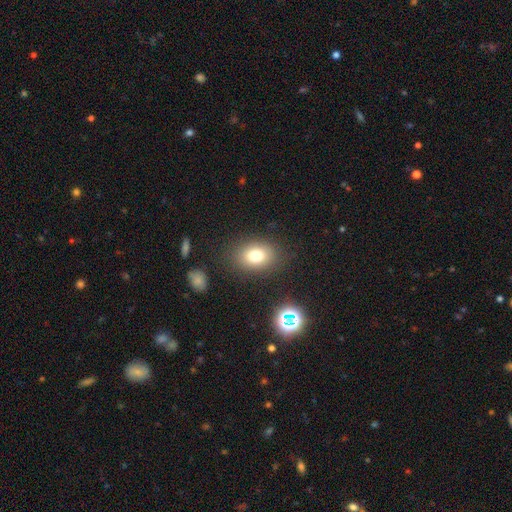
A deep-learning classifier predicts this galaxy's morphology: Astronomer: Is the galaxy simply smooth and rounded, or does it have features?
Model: smooth — 76%.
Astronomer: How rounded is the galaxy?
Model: in between — 69%.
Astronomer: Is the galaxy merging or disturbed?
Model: none — 84%.